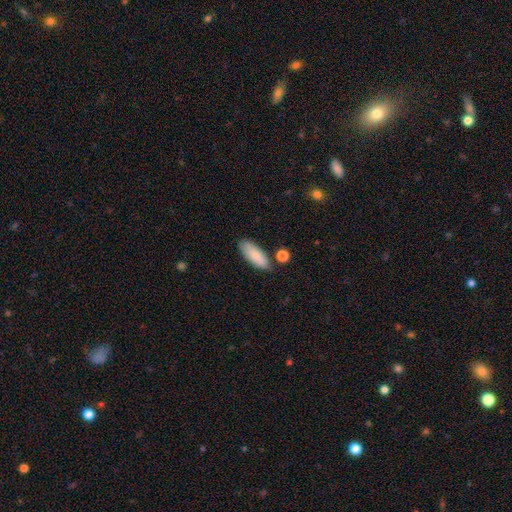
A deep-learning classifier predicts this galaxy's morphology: smooth_or_featured: smooth (p=0.83) [alt: featured or disk p=0.11]
how_rounded: in between (p=0.71) [alt: cigar-shaped p=0.27]
merging: none (p=0.79) [alt: minor disturbance p=0.14]